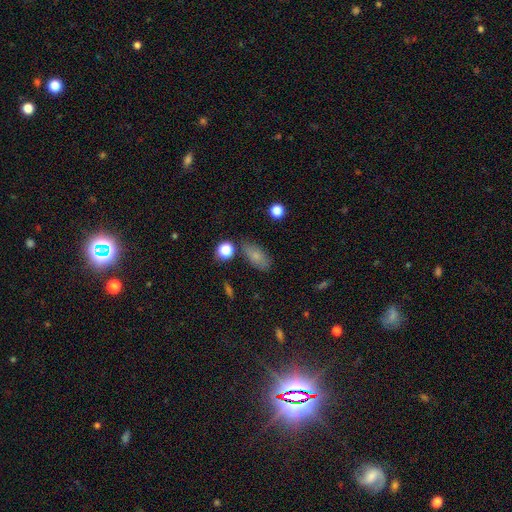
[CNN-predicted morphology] Smooth or featured? Predicted: smooth (p=0.78). How rounded? Predicted: in between (p=0.86). Merging? Predicted: none (p=0.76).